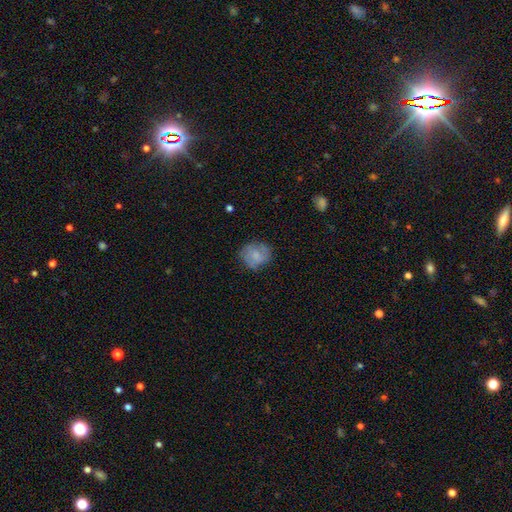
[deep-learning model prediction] smooth 61%, featured or disk 31%, star or artifact 8%. Down the decision tree: how rounded — round (75%); merging — none (72%).